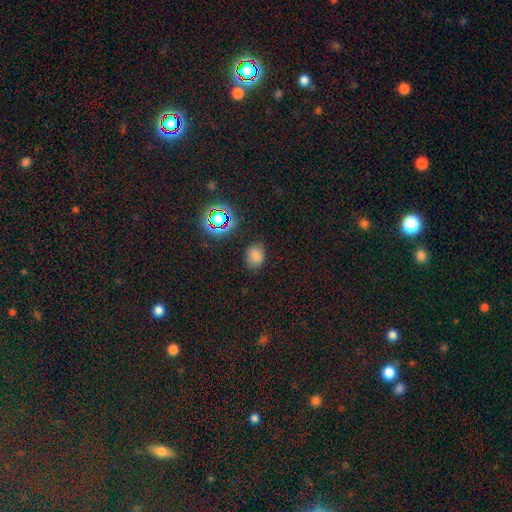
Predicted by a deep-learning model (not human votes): This is likely a smooth galaxy (73%). How rounded: likely in between (66%). Merging: likely none (79%).